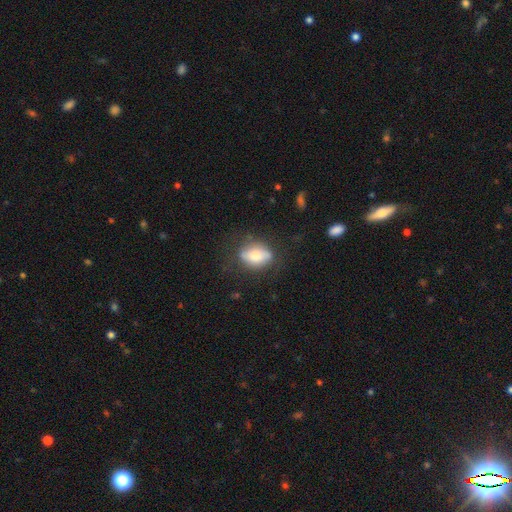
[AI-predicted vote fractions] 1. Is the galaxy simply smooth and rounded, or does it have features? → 66% smooth, 26% featured or disk, 8% star or artifact.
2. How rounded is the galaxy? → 79% in between, 18% round, 3% cigar-shaped.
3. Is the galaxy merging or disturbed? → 67% none, 22% minor disturbance, 10% major disturbance, 2% merger.